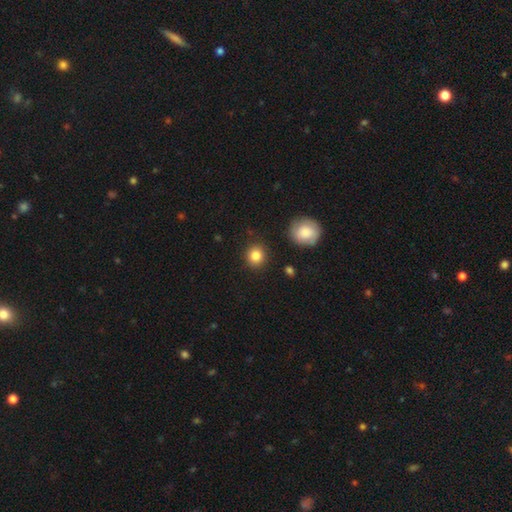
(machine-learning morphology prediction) Q: Smooth or featured?
A: smooth (85%); runner-up: star or artifact (10%)
Q: How rounded?
A: round (89%); runner-up: in between (10%)
Q: Merging?
A: none (89%); runner-up: minor disturbance (7%)